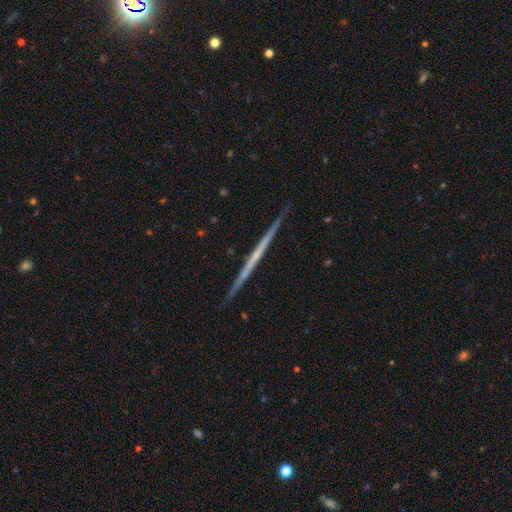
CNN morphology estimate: The model was most divided on "smooth or featured": featured or disk: 74%, smooth: 20%, star or artifact: 6%. More confident: edge-on disk — yes (98%); merging — none (91%); edge-on bulge — none (83%).